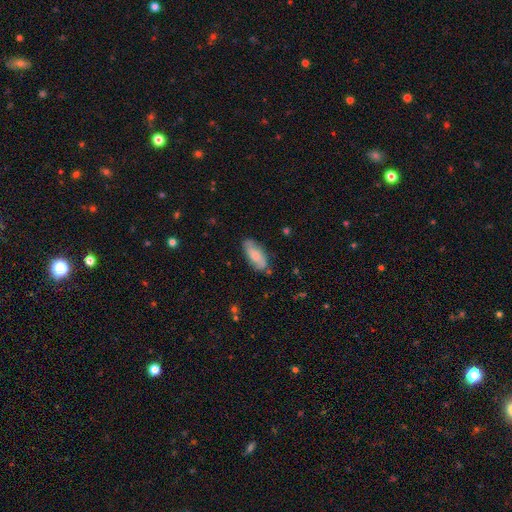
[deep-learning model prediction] Smooth or featured: smooth — 69% (featured or disk — 25%)
How rounded: in between — 82% (cigar-shaped — 16%)
Merging: none — 77% (minor disturbance — 18%)